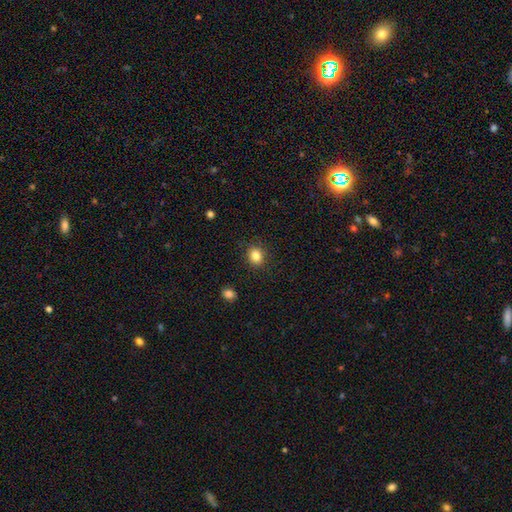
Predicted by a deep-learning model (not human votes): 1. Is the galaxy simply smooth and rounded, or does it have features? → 84% smooth, 11% star or artifact, 5% featured or disk.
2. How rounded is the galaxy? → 68% round, 31% in between, 1% cigar-shaped.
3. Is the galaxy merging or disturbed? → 88% none, 8% minor disturbance, 2% major disturbance, 1% merger.